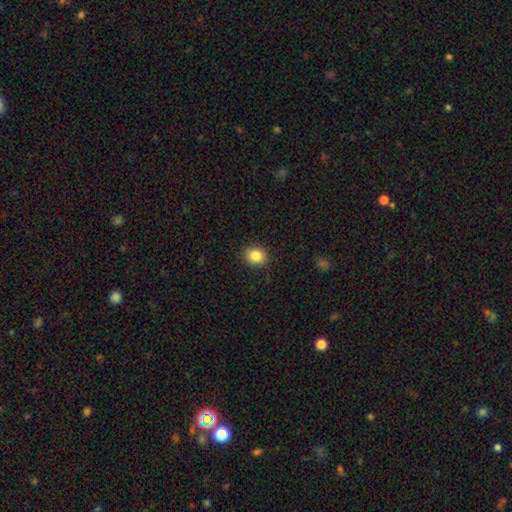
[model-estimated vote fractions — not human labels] smooth-or-featured: smooth: 85% | star or artifact: 9% | featured or disk: 6%
  how-rounded: round: 60% | in between: 39% | cigar-shaped: 1%
  merging: none: 89% | minor disturbance: 8% | major disturbance: 2% | merger: 1%